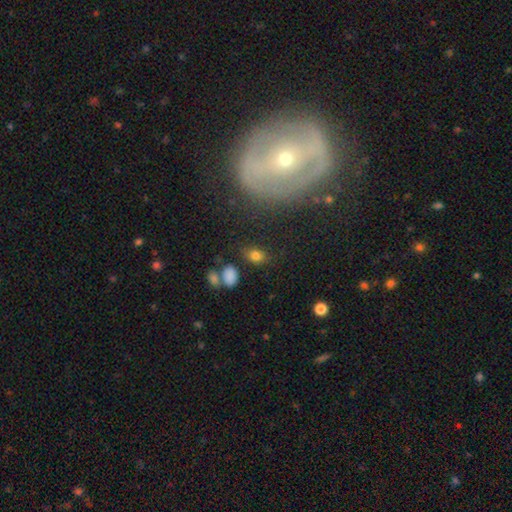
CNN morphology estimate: A smooth galaxy with no disk features (80%) that is in between round and cigar-shaped (75%). Merging: none (72%).